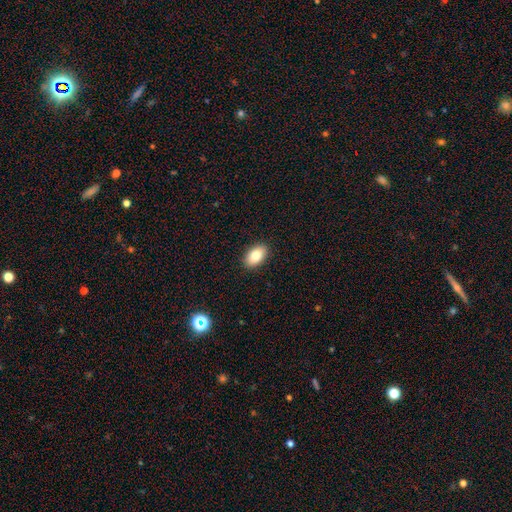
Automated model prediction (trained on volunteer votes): Smooth or featured? smooth (83%)
How rounded? in between (92%)
Merging? none (90%)